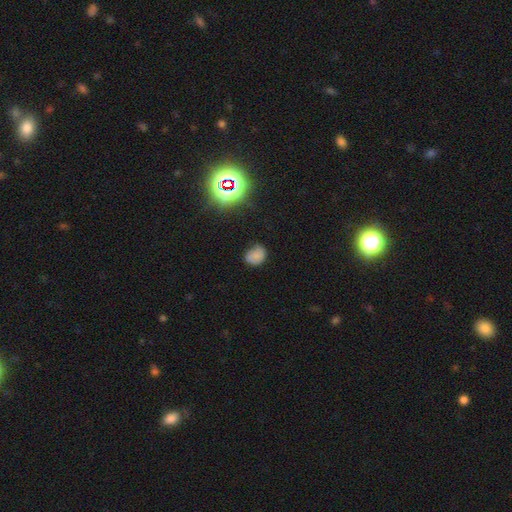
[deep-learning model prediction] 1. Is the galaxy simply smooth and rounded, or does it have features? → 70% smooth, 18% star or artifact, 13% featured or disk.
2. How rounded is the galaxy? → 51% round, 48% in between, 1% cigar-shaped.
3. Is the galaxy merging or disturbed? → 65% none, 27% minor disturbance, 7% major disturbance, 2% merger.